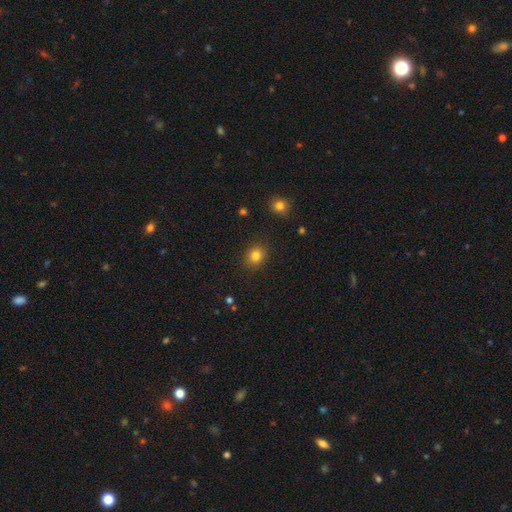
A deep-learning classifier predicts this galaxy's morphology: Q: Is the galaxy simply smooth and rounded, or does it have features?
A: smooth — 82%.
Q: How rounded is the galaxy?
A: round — 69%.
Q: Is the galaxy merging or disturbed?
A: none — 89%.